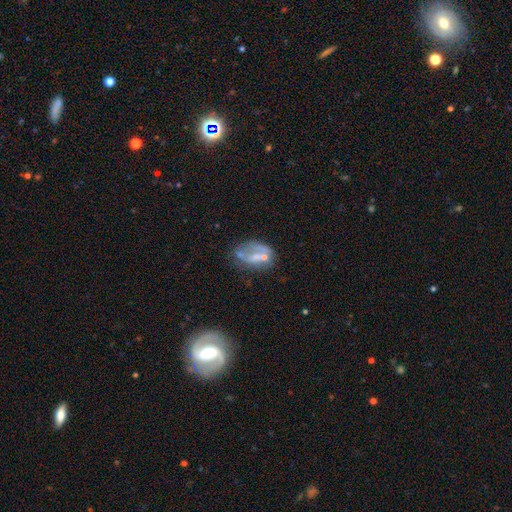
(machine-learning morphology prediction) A featured or disk galaxy (52%). Merging: none (32%).